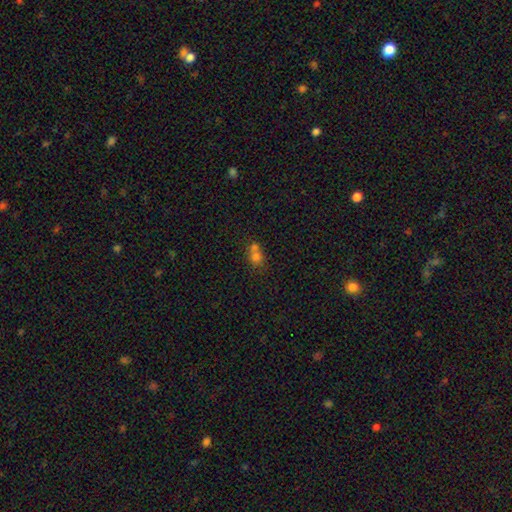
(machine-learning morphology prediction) Smooth or featured: smooth — 67% (star or artifact — 20%)
How rounded: round — 69% (in between — 29%)
Merging: merger — 55% (none — 35%)